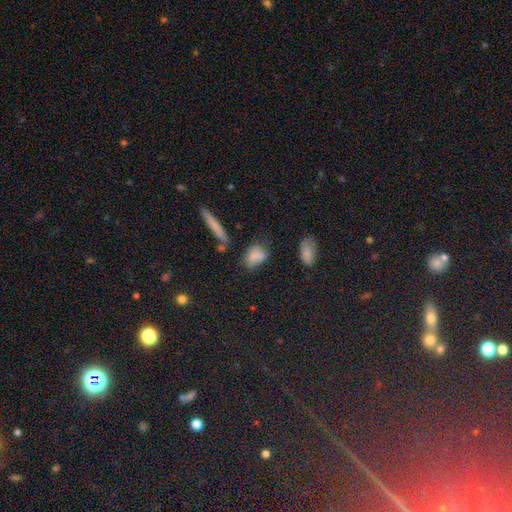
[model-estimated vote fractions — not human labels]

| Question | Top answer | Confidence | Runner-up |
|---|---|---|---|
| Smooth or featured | smooth | 79% | featured or disk (11%) |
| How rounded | in between | 82% | round (14%) |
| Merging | none | 54% | minor disturbance (28%) |